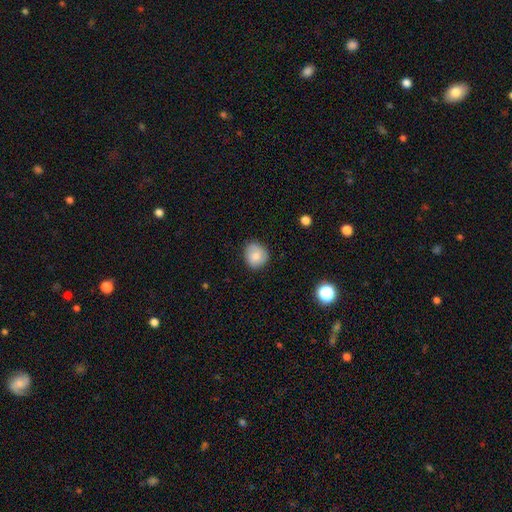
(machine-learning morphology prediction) A smooth galaxy with no disk features (79%) that is round (78%).

Vote fractions:
- Smooth or featured? smooth: 79% / featured or disk: 13% / star or artifact: 8%
- How rounded? round: 78% / in between: 21% / cigar-shaped: 1%
- Merging? none: 80% / minor disturbance: 16% / major disturbance: 3% / merger: 1%